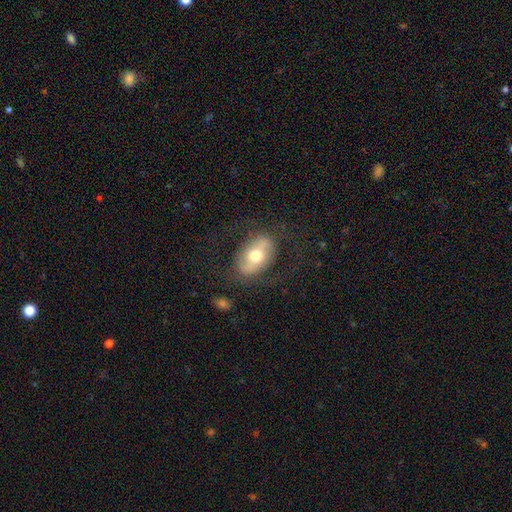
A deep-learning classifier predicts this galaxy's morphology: Smooth or featured? featured or disk (49%)
Merging? none (73%)